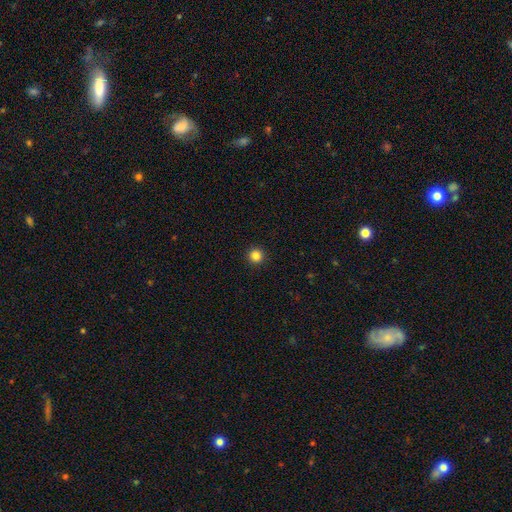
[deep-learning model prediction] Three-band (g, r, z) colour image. It shows a smooth galaxy with no disk features (85%) that is round (96%). Merging: none (94%).